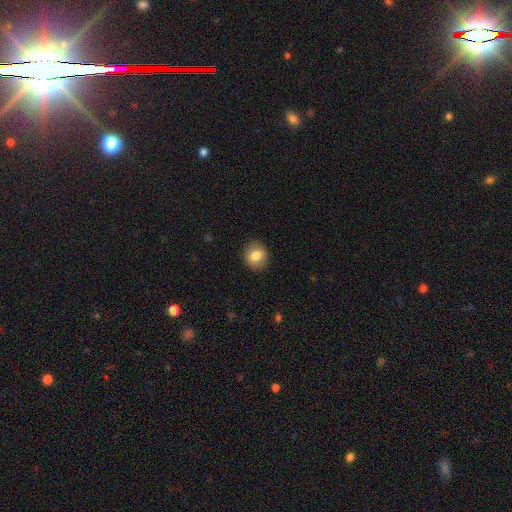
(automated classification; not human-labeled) The model was most divided on "how rounded": round: 72%, in between: 27%, cigar-shaped: 1%. More confident: merging — none (88%); smooth or featured — smooth (80%).